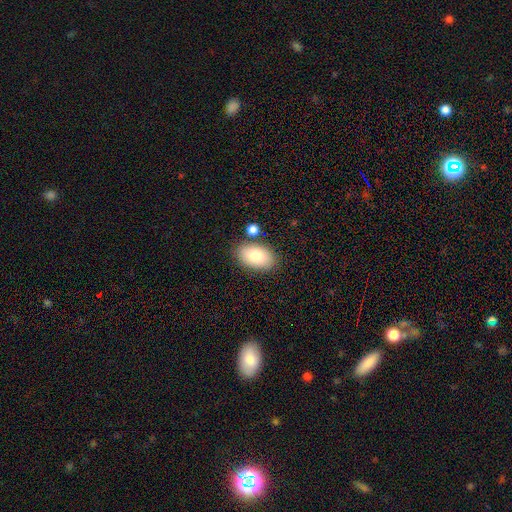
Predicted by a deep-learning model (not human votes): Morphology: type=smooth (82%); roundness=in between (93%); merging=none (79%).